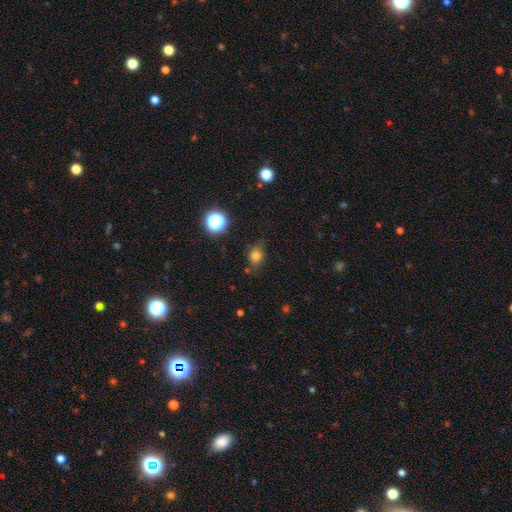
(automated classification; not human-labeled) The model was most divided on "how rounded": in between: 53%, round: 44%, cigar-shaped: 3%. More confident: smooth or featured — smooth (76%); merging — none (71%).